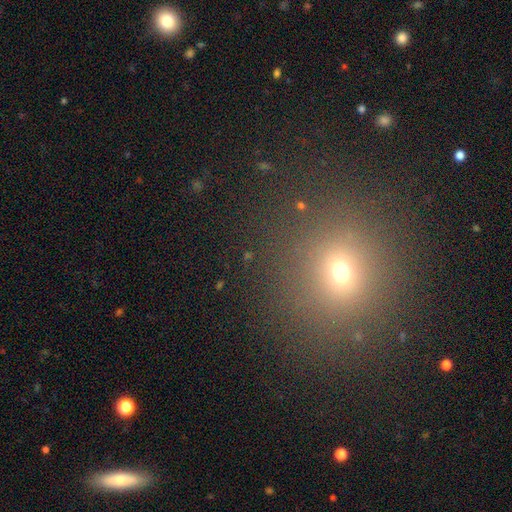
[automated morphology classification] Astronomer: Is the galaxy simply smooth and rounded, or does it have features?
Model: smooth — 56% (runner-up: star or artifact, 35%).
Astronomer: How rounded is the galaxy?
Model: round — 80%.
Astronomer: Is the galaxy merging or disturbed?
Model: none — 88%.